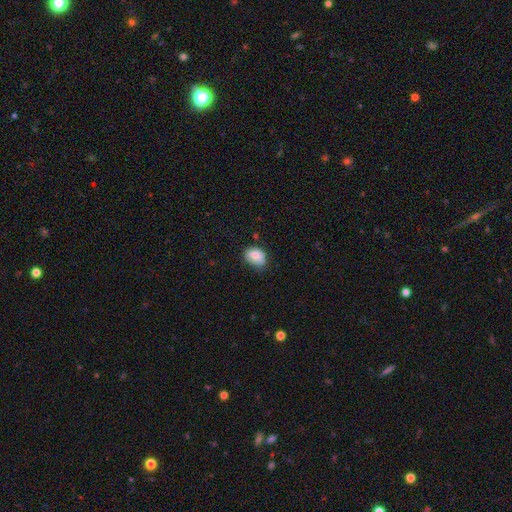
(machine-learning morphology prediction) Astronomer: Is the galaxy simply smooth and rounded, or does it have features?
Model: smooth — 79%.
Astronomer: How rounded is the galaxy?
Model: in between — 68%.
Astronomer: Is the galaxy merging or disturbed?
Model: none — 64%.